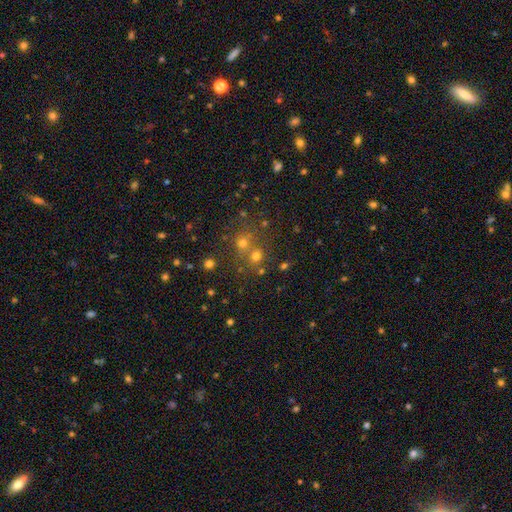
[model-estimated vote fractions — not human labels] A smooth galaxy with no disk features (55%) that is round (86%). Merging: none (58%).